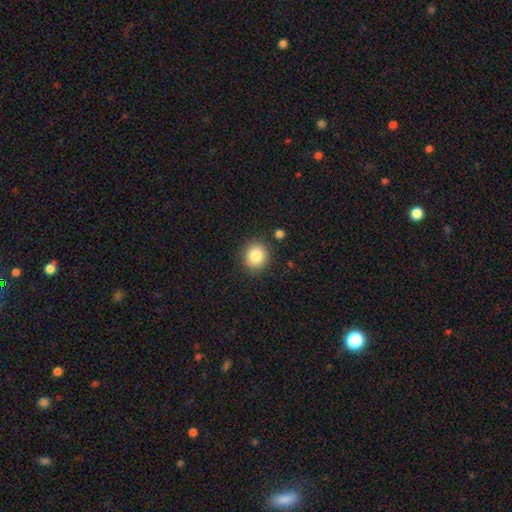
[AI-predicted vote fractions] This is clearly a smooth galaxy (84%). How rounded: clearly round (85%). Merging: clearly none (87%).